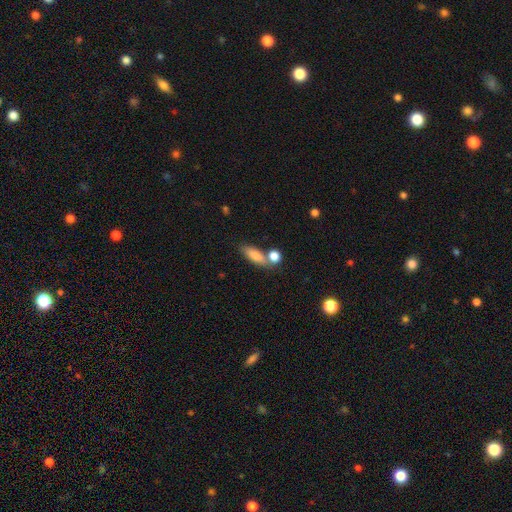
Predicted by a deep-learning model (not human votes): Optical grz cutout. It shows a smooth galaxy with no disk features (82%) that is in between round and cigar-shaped (65%). Merging: none (57%).